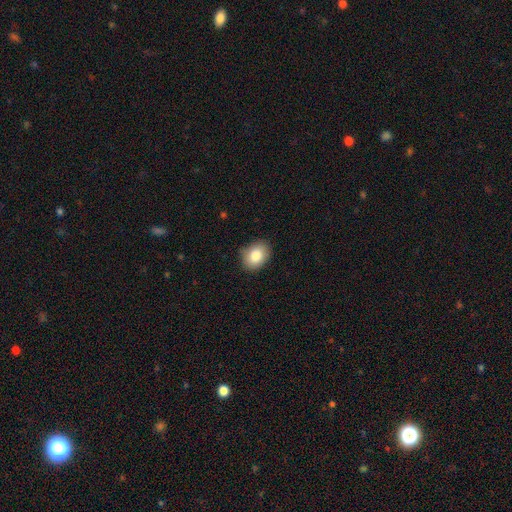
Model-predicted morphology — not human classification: Smooth or featured: smooth — 83% (featured or disk — 9%)
How rounded: in between — 65% (round — 34%)
Merging: none — 84% (minor disturbance — 12%)